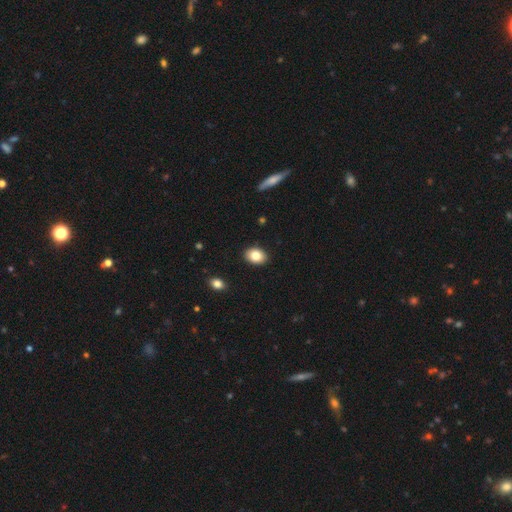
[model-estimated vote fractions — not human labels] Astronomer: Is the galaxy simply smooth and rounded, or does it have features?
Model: smooth — 85%.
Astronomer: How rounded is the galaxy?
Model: in between — 73%.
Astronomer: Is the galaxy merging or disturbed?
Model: none — 90%.